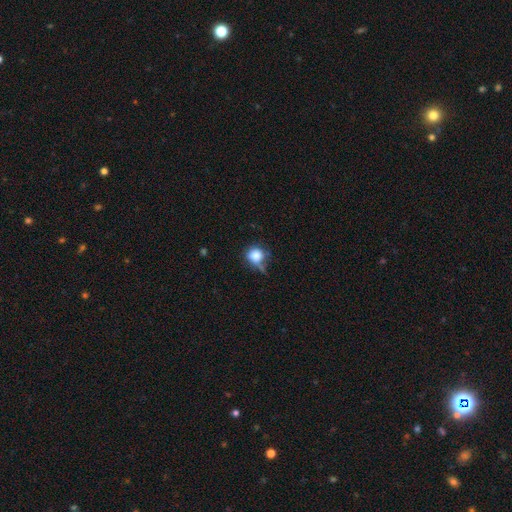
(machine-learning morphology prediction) type=smooth (80%); roundness=round (81%); merging=none (41%).